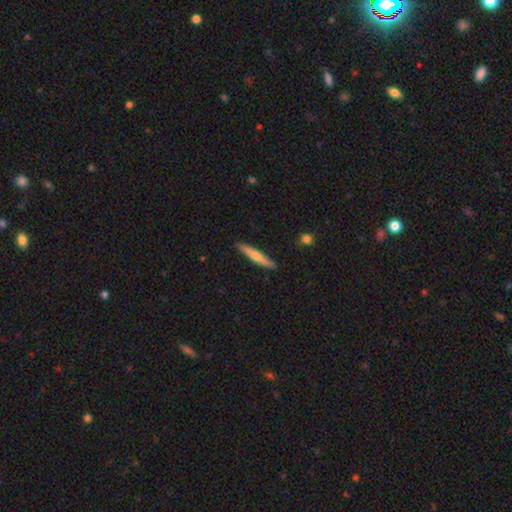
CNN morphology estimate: Smooth or featured: featured or disk — 48% (smooth — 47%)
Merging: none — 90% (minor disturbance — 7%)